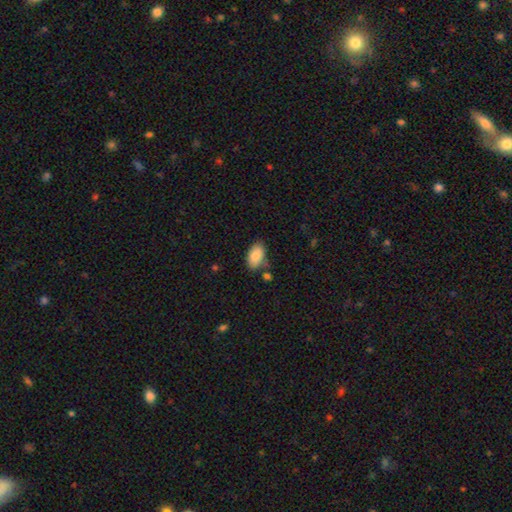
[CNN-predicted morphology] A smooth galaxy with no disk features (86%) that is in between round and cigar-shaped (94%).

Vote fractions:
- Smooth or featured? smooth: 86% / featured or disk: 7% / star or artifact: 7%
- How rounded? in between: 94% / round: 4% / cigar-shaped: 2%
- Merging? none: 73% / minor disturbance: 16% / merger: 7% / major disturbance: 4%